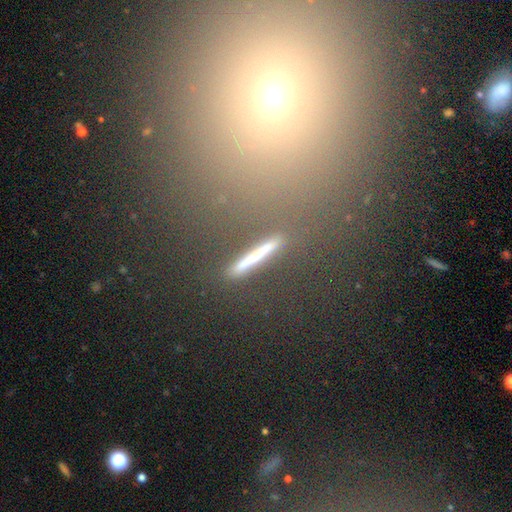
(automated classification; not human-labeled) This appears to be a smooth galaxy with no disk features (39%). Merging: none (86%).